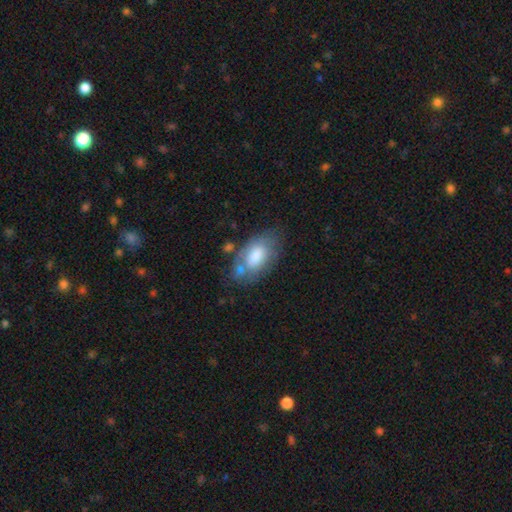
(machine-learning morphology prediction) This appears to be a smooth galaxy with no disk features (69%) that is in between round and cigar-shaped (93%). Merging: none (55%).